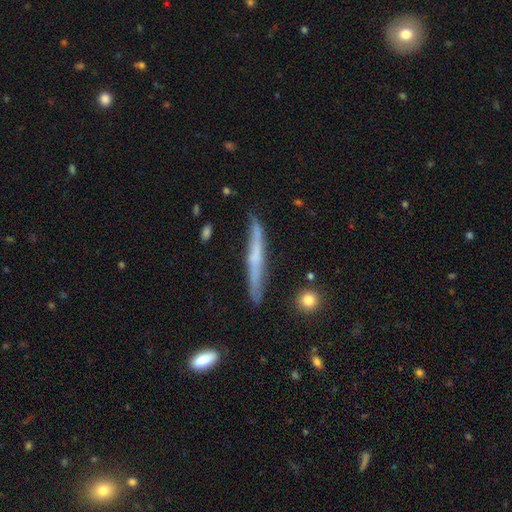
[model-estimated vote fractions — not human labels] A featured or disk galaxy (60%) viewed edge-on (92%) with no central bulge (55%). Merging: none (79%).